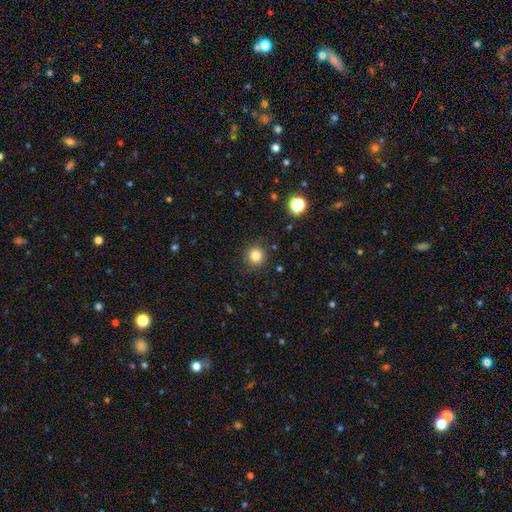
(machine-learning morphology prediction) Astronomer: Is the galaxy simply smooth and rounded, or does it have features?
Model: smooth — 81%.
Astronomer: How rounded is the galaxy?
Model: round — 93%.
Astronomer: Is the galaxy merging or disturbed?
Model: none — 88%.